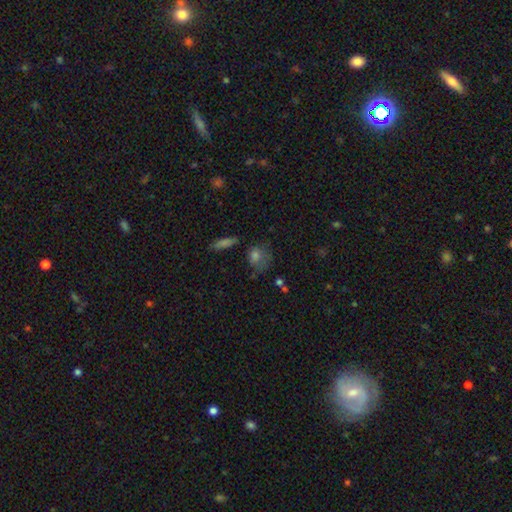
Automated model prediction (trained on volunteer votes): Smooth or featured?
  - smooth: 69% *
  - star or artifact: 16%
  - featured or disk: 15%
How rounded?
  - round: 56% *
  - in between: 40%
  - cigar-shaped: 4%
Merging?
  - none: 54% *
  - minor disturbance: 25%
  - major disturbance: 15%
  - merger: 6%